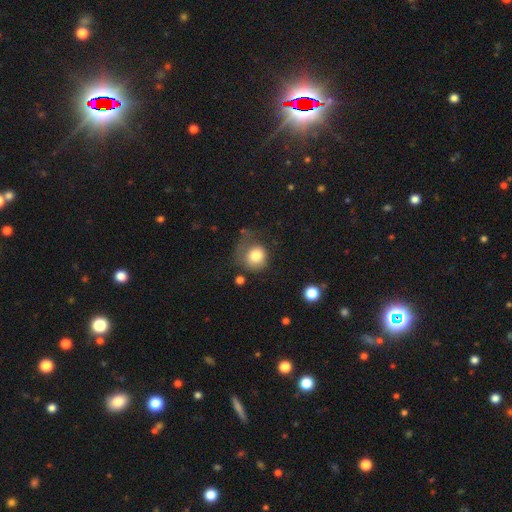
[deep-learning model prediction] A smooth galaxy with no disk features (79%) that is round (82%). Merging: none (40%).